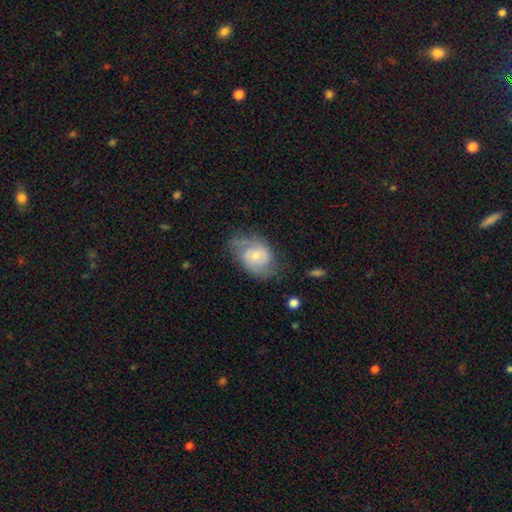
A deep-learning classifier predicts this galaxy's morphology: smooth-or-featured: featured or disk: 67% | smooth: 26% | star or artifact: 6%
  disk-edge-on: no: 97% | yes: 3%
    bar: no: 60% | weak: 34% | strong: 5%
    has-spiral-arms: yes: 87% | no: 13%
      spiral-winding: medium: 45% | tight: 36% | loose: 19%
      spiral-arm-count: 2: 72% | can't tell: 16% | 1: 5% | 3: 4% | 4: 1% | more than 4: 1%
    bulge-size: moderate: 50% | small: 43% | large: 4% | none: 2% | dominant: 1%
  merging: none: 59% | minor disturbance: 26% | major disturbance: 13% | merger: 2%